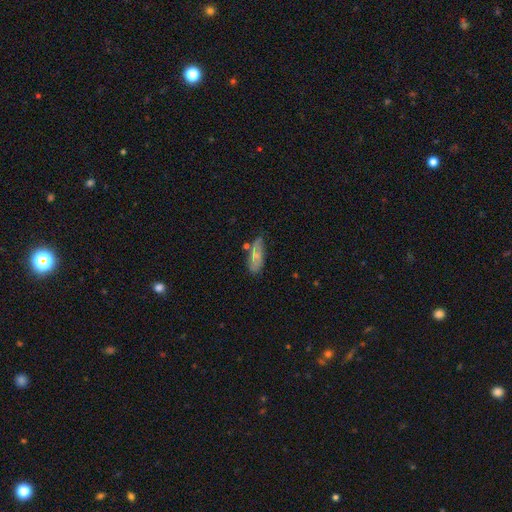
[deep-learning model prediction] Smooth or featured?
  - smooth: 67% *
  - featured or disk: 25%
  - star or artifact: 8%
How rounded?
  - in between: 77% *
  - cigar-shaped: 21%
  - round: 3%
Merging?
  - none: 57% *
  - minor disturbance: 28%
  - merger: 8%
  - major disturbance: 8%